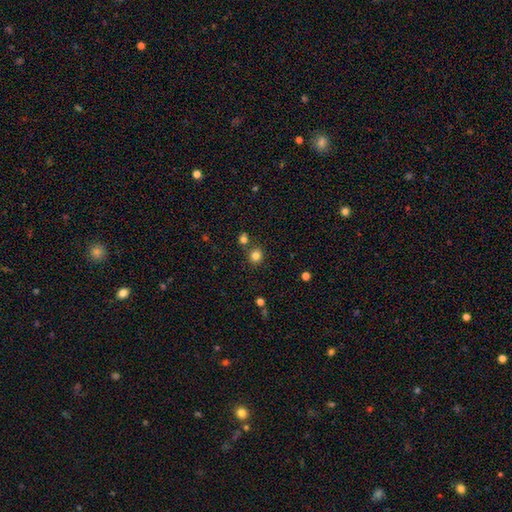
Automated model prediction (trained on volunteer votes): This appears to be a smooth galaxy with no disk features (81%) that is round (91%). Merging: none (80%).